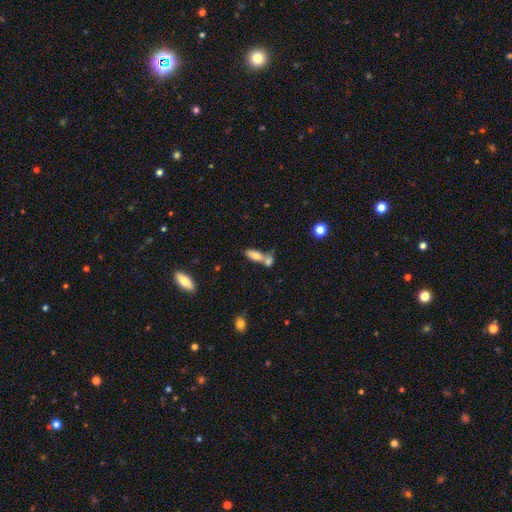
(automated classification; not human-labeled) smooth 78%, featured or disk 13%, star or artifact 9%. Down the decision tree: how rounded — in between (79%); merging — merger (56%).